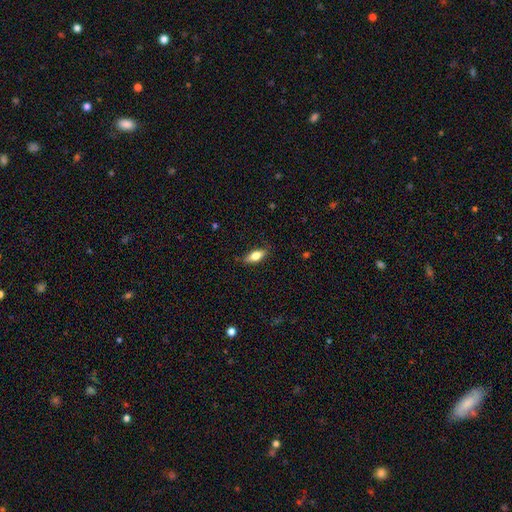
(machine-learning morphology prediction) Smooth or featured? smooth (71%)
How rounded? in between (72%)
Merging? none (82%)